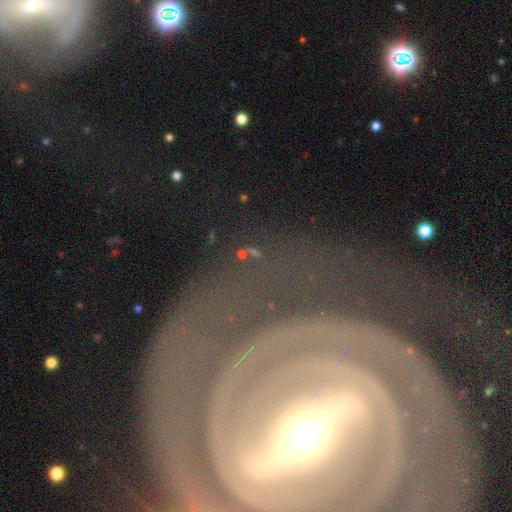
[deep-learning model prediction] Smooth or featured? Predicted: featured or disk (p=0.43). Merging? Predicted: none (p=0.67).